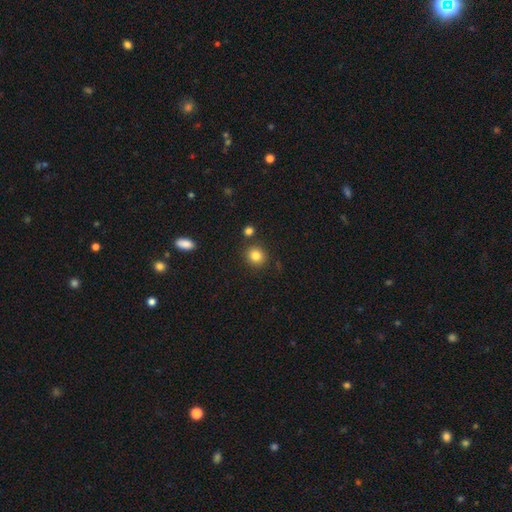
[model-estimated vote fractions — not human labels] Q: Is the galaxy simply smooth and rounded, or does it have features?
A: smooth — 83%.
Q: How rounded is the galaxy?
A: round — 83%.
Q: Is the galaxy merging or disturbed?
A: none — 84%.